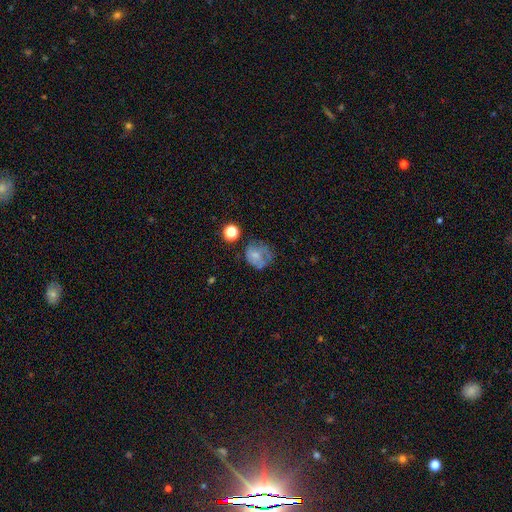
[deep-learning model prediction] A smooth galaxy with no disk features (57%) that is round (71%). Merging: none (46%).